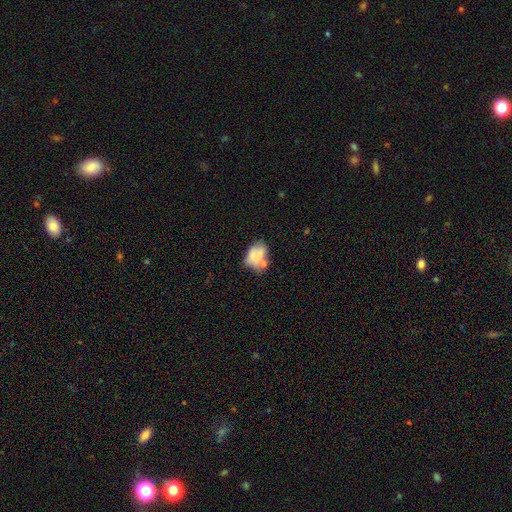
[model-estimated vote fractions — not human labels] This appears to be a smooth galaxy with no disk features (62%) that is in between round and cigar-shaped (76%). Merging: none (38%).